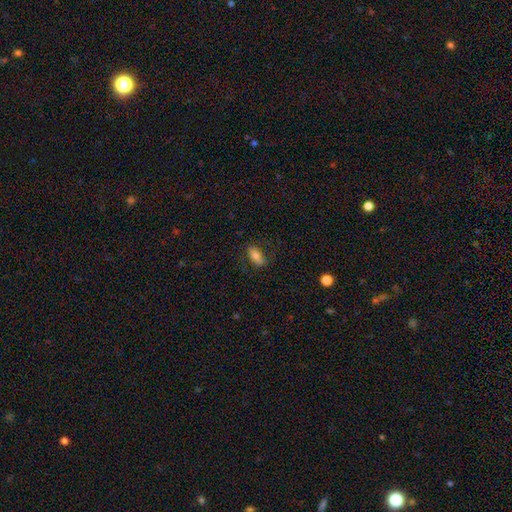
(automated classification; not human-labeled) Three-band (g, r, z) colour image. It shows a smooth galaxy with no disk features (77%) that is in between round and cigar-shaped (85%). Merging: none (81%).